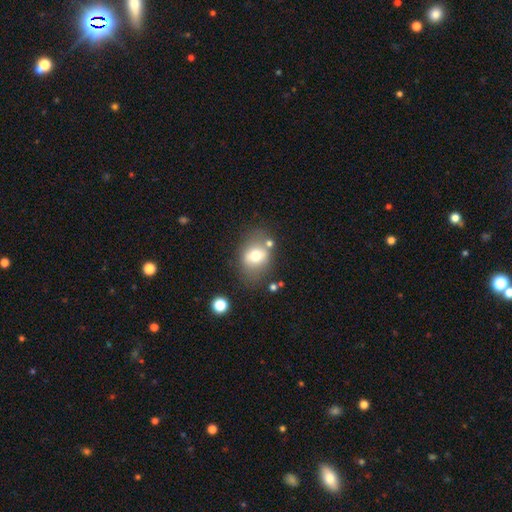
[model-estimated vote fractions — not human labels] This is likely a smooth galaxy (66%). How rounded: likely in between (61%). Merging: likely none (64%).